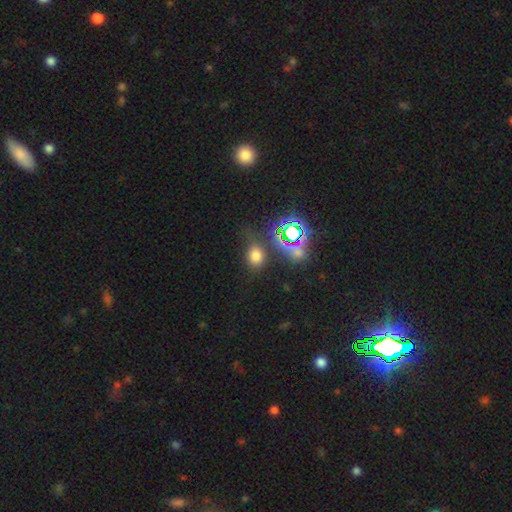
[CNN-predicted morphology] smooth-or-featured: smooth: 65% | star or artifact: 28% | featured or disk: 7%
  how-rounded: round: 49% (tied) | in between: 49% (tied) | cigar-shaped: 2%
  merging: none: 72% | minor disturbance: 16% | major disturbance: 7% | merger: 5%